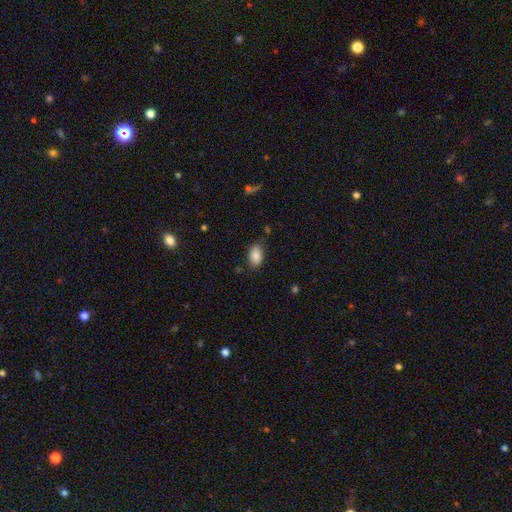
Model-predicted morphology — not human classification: Overall: smooth (86%). How rounded: in between (91%). Merging: none (80%).